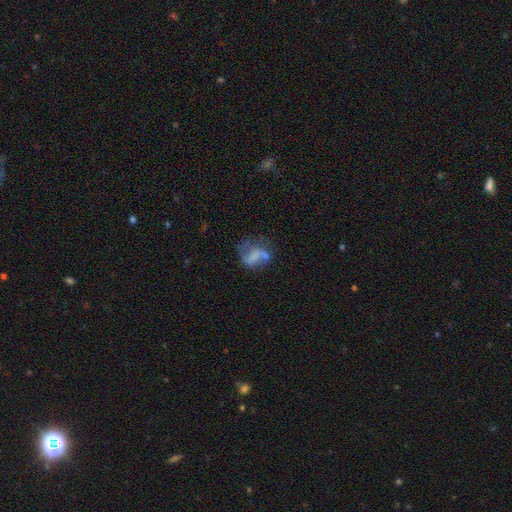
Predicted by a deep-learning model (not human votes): The model was most divided on "spiral arms" (2-way tie): yes: 50%, no: 50%. Remaining: edge-on disk — no (97%); bulge size — none (65%); bar — no (56%); smooth or featured — featured or disk (53%); merging — none (34%).